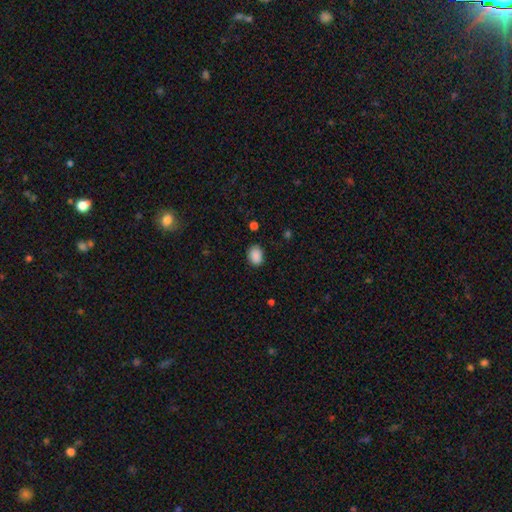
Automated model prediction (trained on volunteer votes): A smooth galaxy with no disk features (89%) that is in between round and cigar-shaped (67%).

Vote fractions:
- Smooth or featured? smooth: 89% / star or artifact: 8% / featured or disk: 3%
- How rounded? in between: 67% / round: 32% / cigar-shaped: 1%
- Merging? none: 83% / minor disturbance: 13% / major disturbance: 3% / merger: 1%